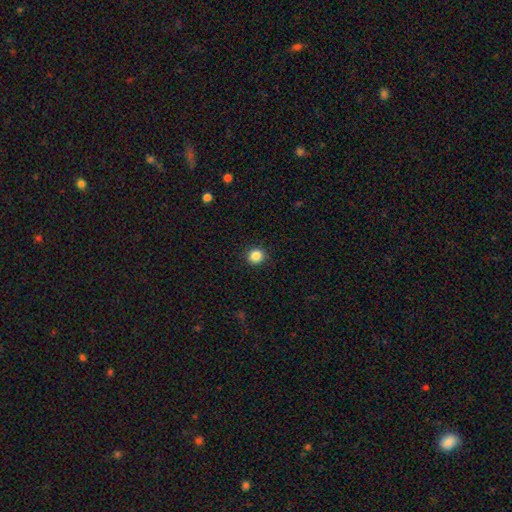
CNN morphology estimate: Smooth or featured? smooth (86%)
How rounded? round (91%)
Merging? none (92%)